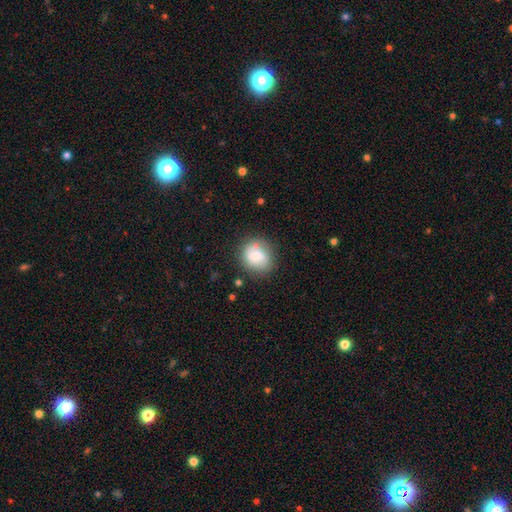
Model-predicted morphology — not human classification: Smooth or featured? smooth (75%)
How rounded? round (72%)
Merging? none (65%)